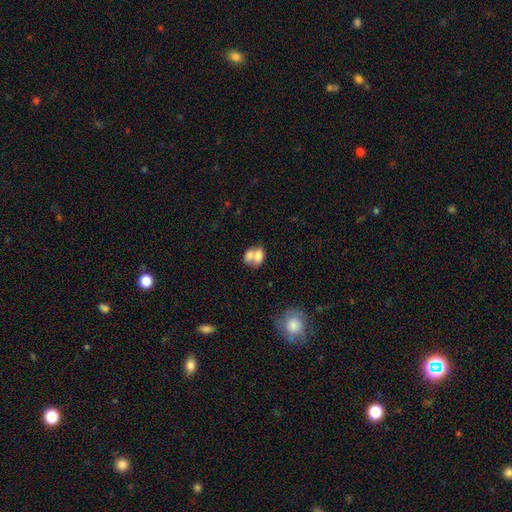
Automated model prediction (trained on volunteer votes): Smooth or featured? smooth (70%)
How rounded? in between (72%)
Merging? merger (65%)